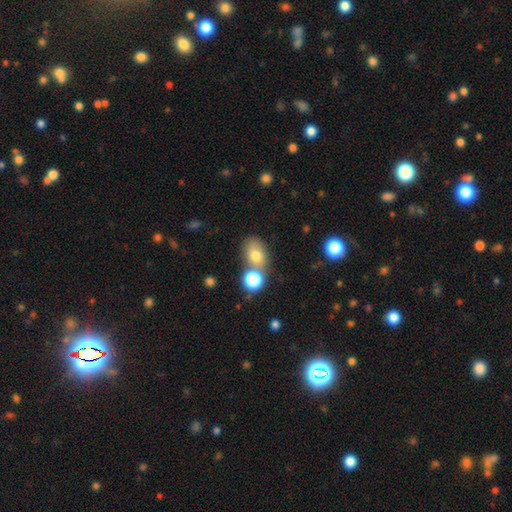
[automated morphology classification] This appears to be a smooth galaxy with no disk features (73%) that is in between round and cigar-shaped (72%). Merging: none (56%).